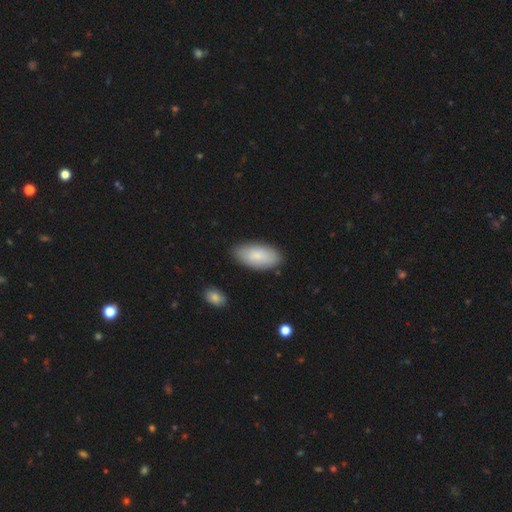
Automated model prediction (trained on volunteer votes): Overall: smooth (82%). How rounded: in between (93%). Merging: none (82%).